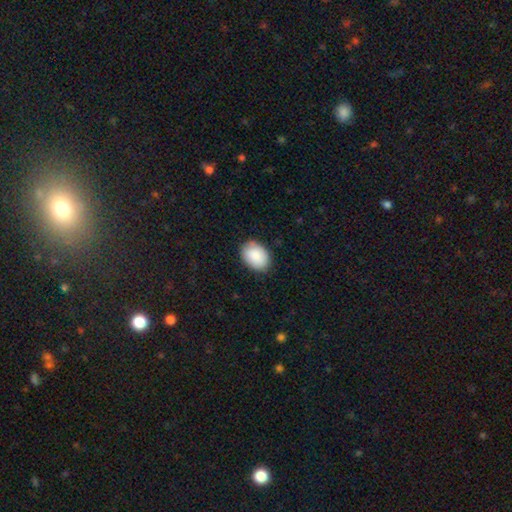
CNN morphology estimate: This appears to be a smooth galaxy with no disk features (89%) that is in between round and cigar-shaped (75%). Merging: none (83%).